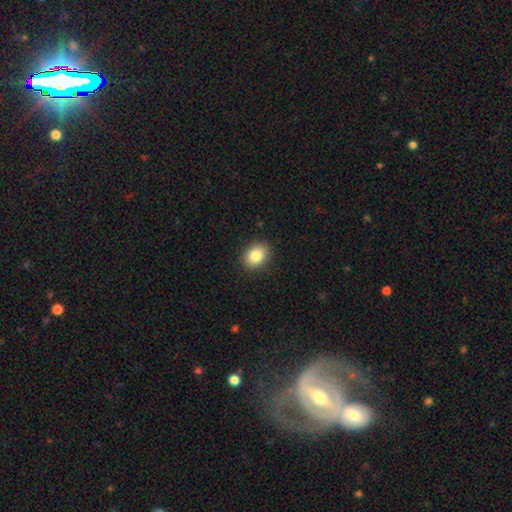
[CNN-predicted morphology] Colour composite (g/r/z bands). It shows a smooth galaxy with no disk features (85%) that is in between round and cigar-shaped (55%). Merging: none (90%).